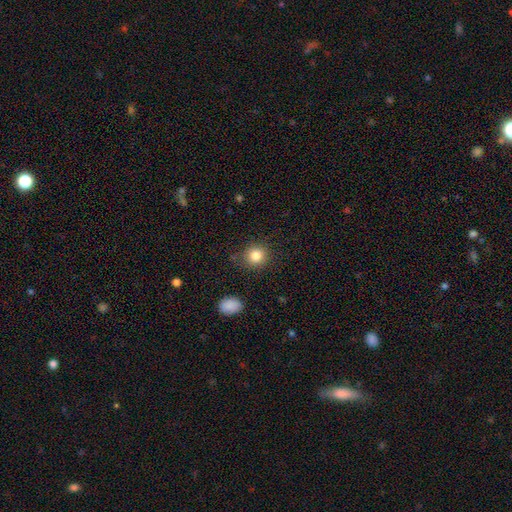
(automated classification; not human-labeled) Morphology: type=smooth (84%); roundness=round (89%); merging=none (86%).